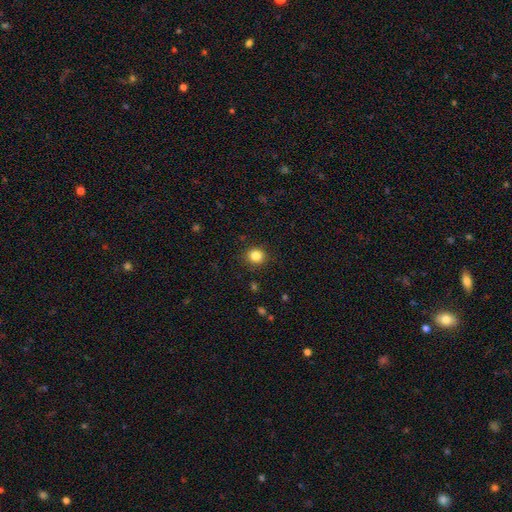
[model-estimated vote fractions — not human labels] Overall: smooth (84%). How rounded: round (87%). Merging: none (90%).